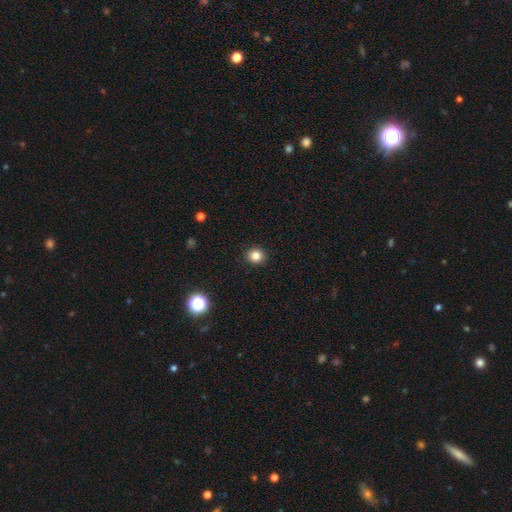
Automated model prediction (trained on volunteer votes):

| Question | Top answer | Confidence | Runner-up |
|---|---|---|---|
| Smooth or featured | smooth | 84% | star or artifact (12%) |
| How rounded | round | 86% | in between (13%) |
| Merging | none | 92% | minor disturbance (5%) |